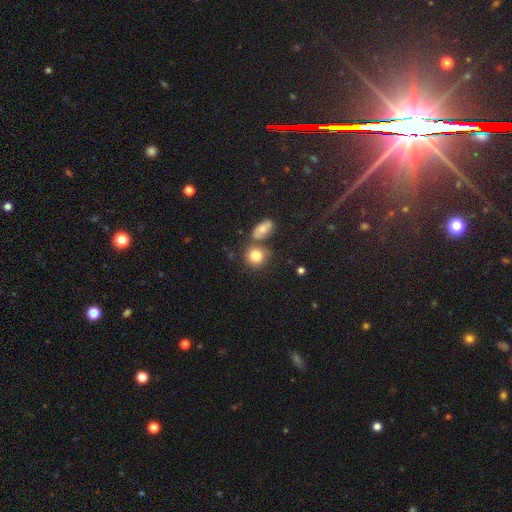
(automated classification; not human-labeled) The model was most divided on "merging": none: 59%, merger: 25%, minor disturbance: 12%, major disturbance: 4%. More confident: smooth or featured — smooth (81%); how rounded — round (77%).